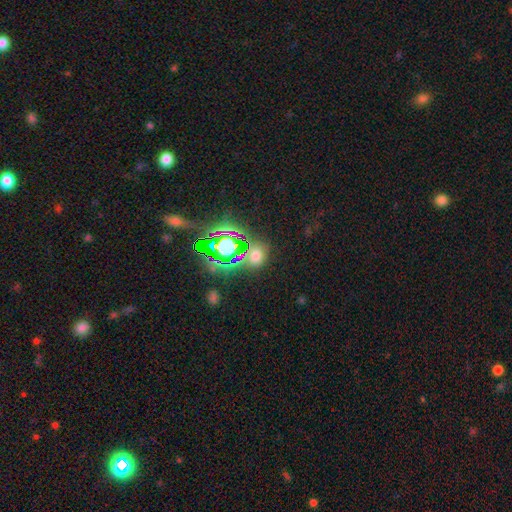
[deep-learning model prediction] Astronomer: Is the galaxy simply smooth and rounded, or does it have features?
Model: smooth — 48% (runner-up: star or artifact, 43%).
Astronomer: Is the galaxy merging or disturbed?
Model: none — 73%.